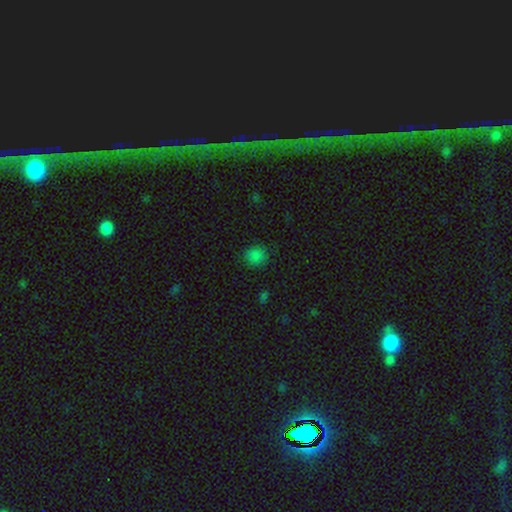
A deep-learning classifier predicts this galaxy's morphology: smooth-or-featured: smooth: 82% | star or artifact: 14% | featured or disk: 4%
  how-rounded: round: 83% | in between: 16% | cigar-shaped: 1%
  merging: none: 84% | minor disturbance: 12% | major disturbance: 3% | merger: 1%